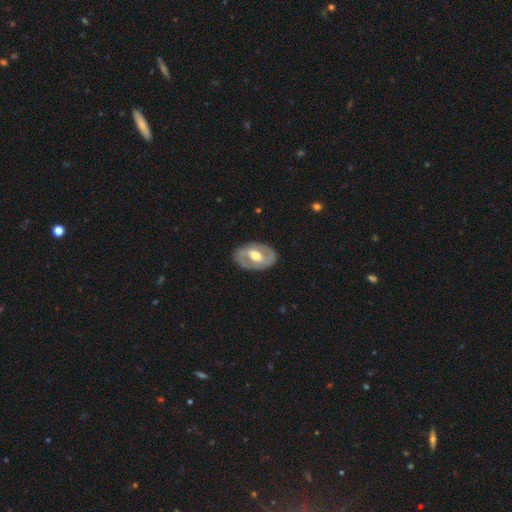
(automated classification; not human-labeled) Smooth or featured? featured or disk (74%)
Edge-on disk? no (95%)
Bar? weak (43%)
Spiral arms? yes (66%)
Bulge size? moderate (74%)
Merging? none (85%)